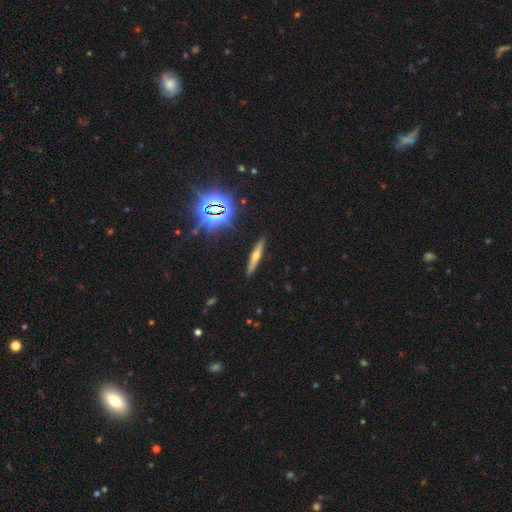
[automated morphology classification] Overall: featured or disk (47%; smooth 38%). Merging: none (90%).